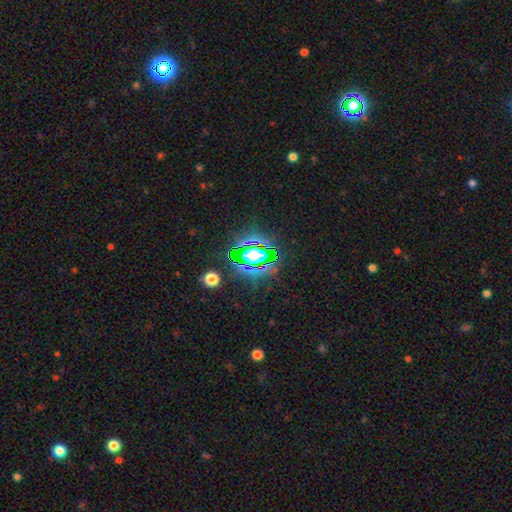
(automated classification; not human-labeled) Smooth or featured? star or artifact (68%)